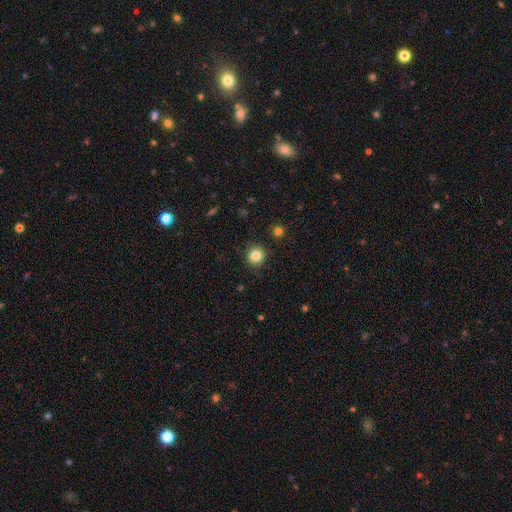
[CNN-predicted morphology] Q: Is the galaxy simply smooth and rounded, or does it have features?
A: smooth — 84%.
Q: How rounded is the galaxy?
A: round — 91%.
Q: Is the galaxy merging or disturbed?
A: none — 89%.